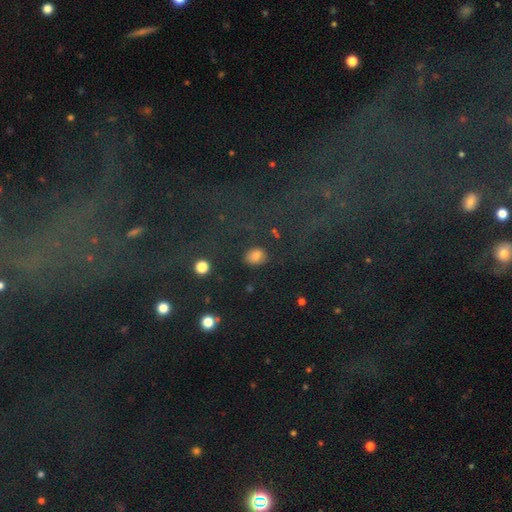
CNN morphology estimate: This is likely a smooth galaxy (70%). How rounded: likely in between (63%). Merging: clearly none (81%).